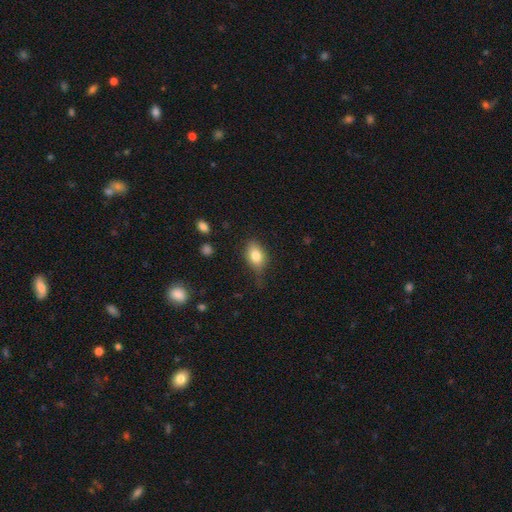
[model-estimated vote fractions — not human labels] Smooth or featured: smooth — 79% (featured or disk — 12%)
How rounded: in between — 81% (round — 16%)
Merging: none — 60% (minor disturbance — 28%)